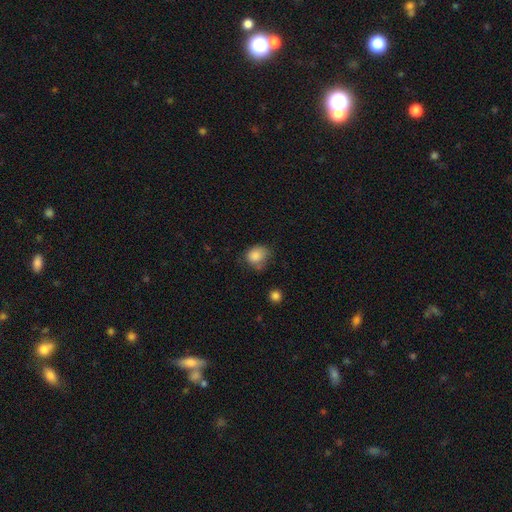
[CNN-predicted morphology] A smooth galaxy with no disk features (85%) that is round (62%). Merging: none (52%).